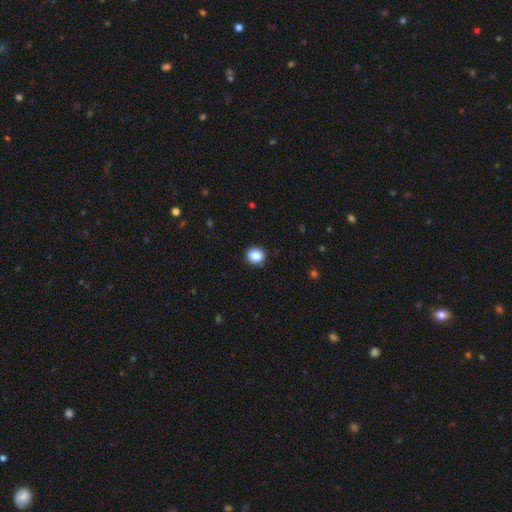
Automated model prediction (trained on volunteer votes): Morphology: type=smooth (87%); roundness=round (77%); merging=none (89%).